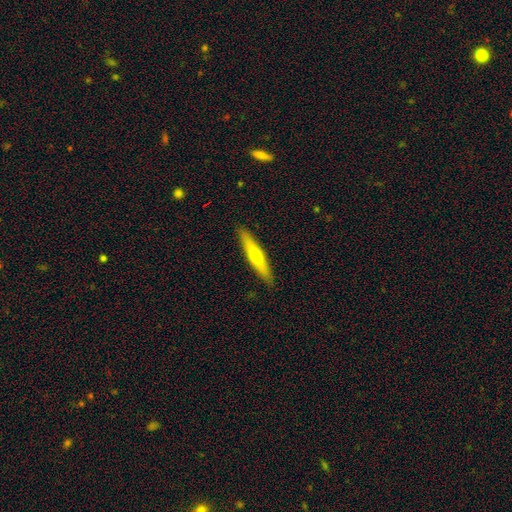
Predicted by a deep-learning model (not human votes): Smooth or featured?
  - smooth: 49% *
  - featured or disk: 45%
  - star or artifact: 6%
Merging?
  - none: 90% *
  - minor disturbance: 7%
  - major disturbance: 2%
  - merger: 1%